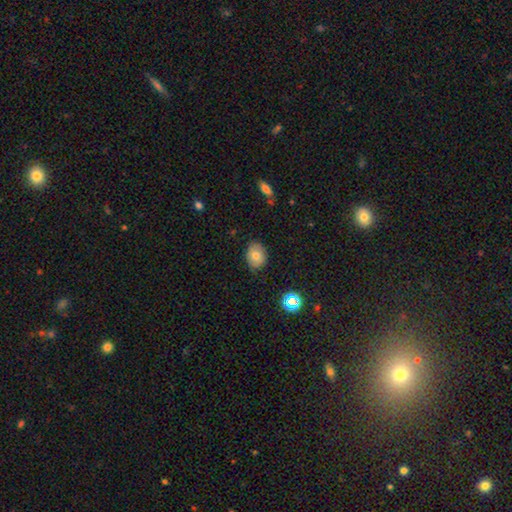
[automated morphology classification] Smooth or featured? smooth (73%)
How rounded? in between (54%)
Merging? none (80%)